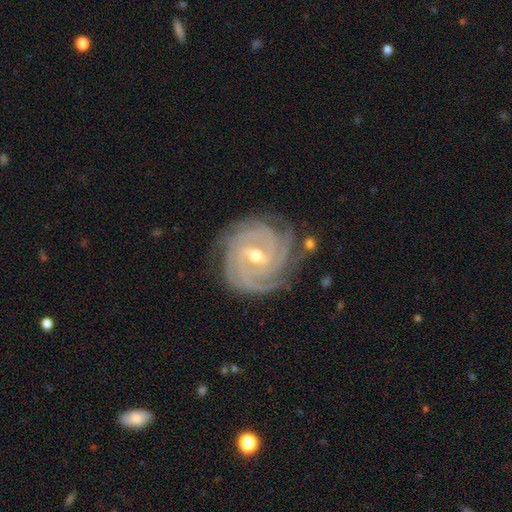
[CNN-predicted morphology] A featured or disk galaxy (92%) with a weak bar (53%), 4 (38%) tight (81%) spiral arms (99%) and a moderate central bulge (59%).

Vote fractions:
- Smooth or featured? featured or disk: 92% / star or artifact: 4% / smooth: 4%
- Edge-on disk? no: 97% / yes: 3%
- Bar? weak: 53% / strong: 29% / no: 18%
- Spiral arms? yes: 99% / no: 1%
- Spiral winding? tight: 81% / medium: 17% / loose: 2%
- Spiral arm count? 4: 38% / 3: 28% / can't tell: 12% / 2: 9% / more than 4: 8% / 1: 5%
- Bulge size? moderate: 59% / small: 38% / large: 2% / none: 1% / dominant: 1%
- Merging? none: 78% / minor disturbance: 16% / major disturbance: 4% / merger: 2%